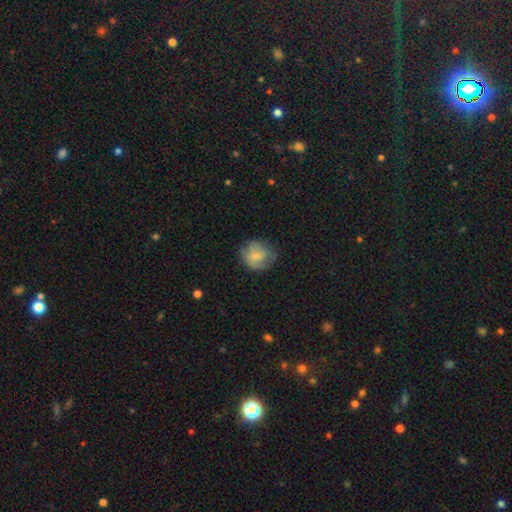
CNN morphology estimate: Smooth or featured: smooth — 63% (featured or disk — 29%)
How rounded: round — 79% (in between — 20%)
Merging: none — 64% (minor disturbance — 25%)